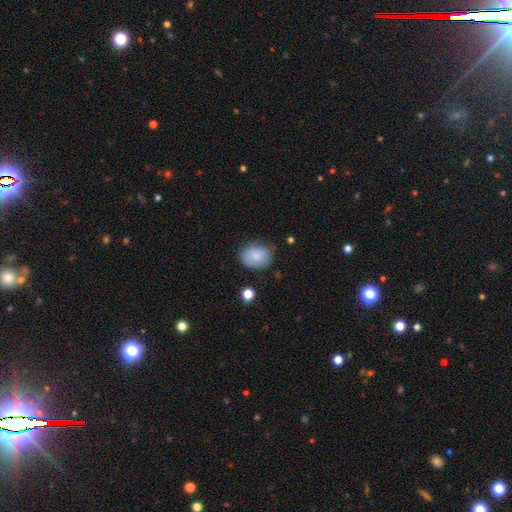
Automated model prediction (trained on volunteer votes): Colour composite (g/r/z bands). It shows a smooth galaxy with no disk features (81%) that is in between round and cigar-shaped (53%). Merging: none (70%).